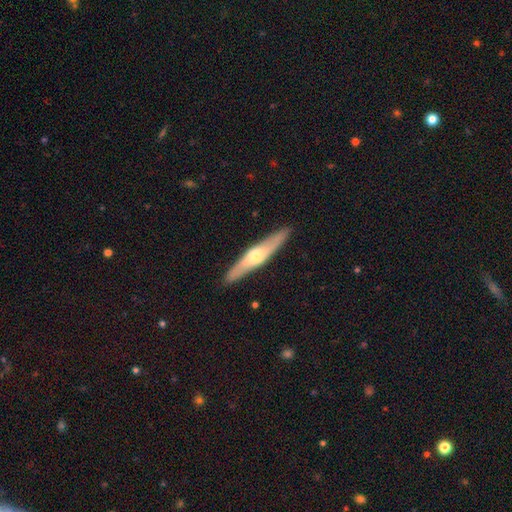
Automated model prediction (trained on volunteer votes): The model was most divided on "smooth or featured": featured or disk: 58%, smooth: 38%, star or artifact: 5%. More confident: merging — none (90%); edge-on bulge — rounded (87%); edge-on disk — yes (87%).